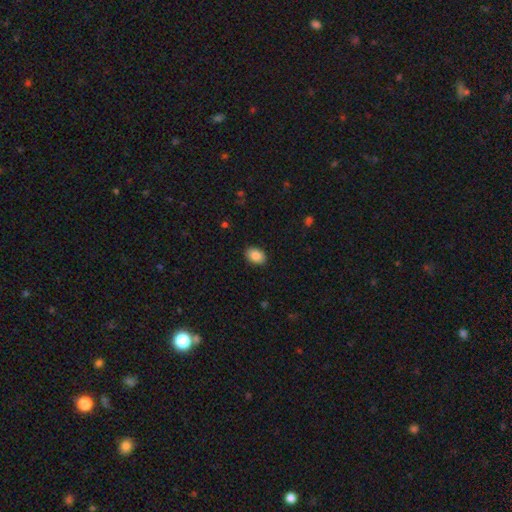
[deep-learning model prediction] Morphology: type=smooth (86%); roundness=in between (75%); merging=none (90%).